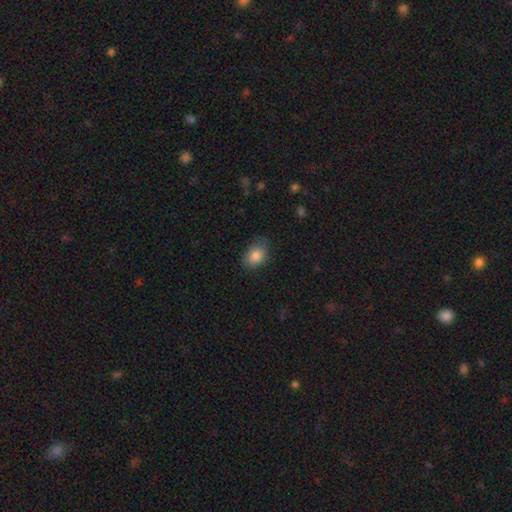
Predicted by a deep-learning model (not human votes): A smooth galaxy with no disk features (86%) that is in between round and cigar-shaped (77%).

Vote fractions:
- Smooth or featured? smooth: 86% / star or artifact: 8% / featured or disk: 7%
- How rounded? in between: 77% / round: 22% / cigar-shaped: 1%
- Merging? none: 74% / minor disturbance: 20% / major disturbance: 5% / merger: 1%